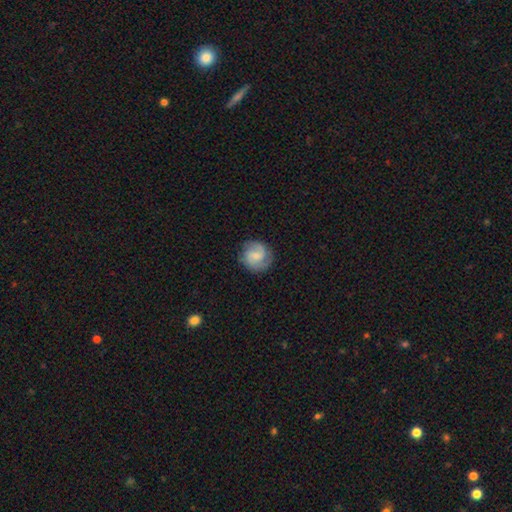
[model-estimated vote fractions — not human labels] A featured or disk galaxy (67%) with a weak bar (51%), 2 (79%) medium (50%) spiral arms (95%) and a small central bulge (50%). Merging: none (81%).